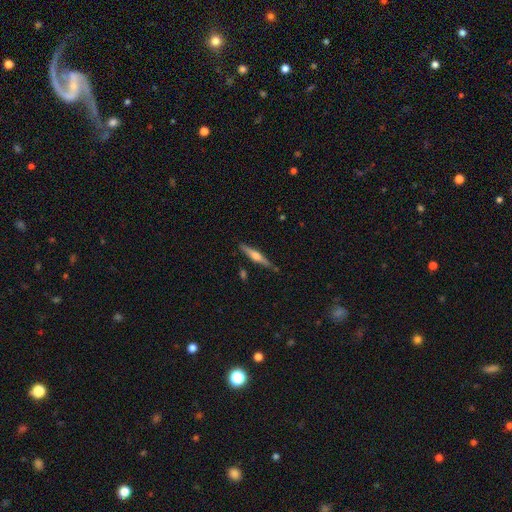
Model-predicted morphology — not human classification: A featured or disk galaxy (64%) viewed edge-on (97%) with a rounded central bulge (90%).

Vote fractions:
- Smooth or featured? featured or disk: 64% / smooth: 31% / star or artifact: 6%
- Edge-on disk? yes: 97% / no: 3%
- Edge-on bulge? rounded: 90% / none: 5% / boxy: 5%
- Merging? none: 86% / minor disturbance: 10% / merger: 2% / major disturbance: 2%